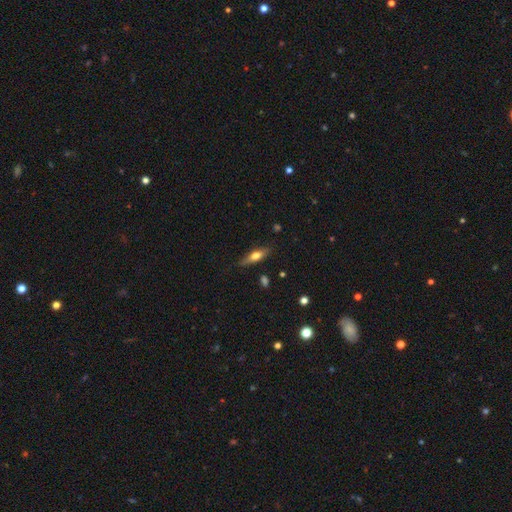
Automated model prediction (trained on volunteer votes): Smooth or featured?
  - smooth: 53% *
  - featured or disk: 40%
  - star or artifact: 6%
How rounded?
  - cigar-shaped: 53% *
  - in between: 44%
  - round: 3%
Merging?
  - none: 78% *
  - minor disturbance: 17%
  - major disturbance: 3%
  - merger: 2%